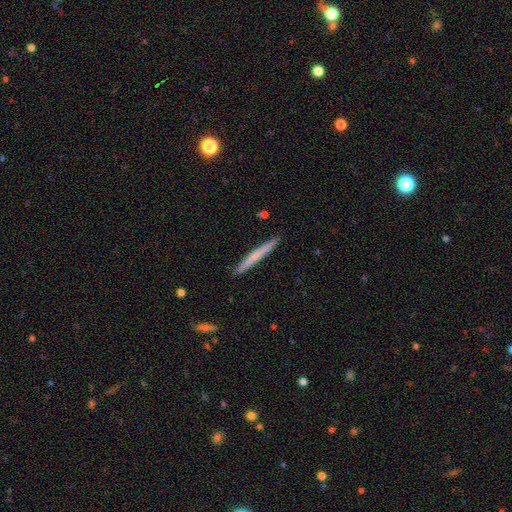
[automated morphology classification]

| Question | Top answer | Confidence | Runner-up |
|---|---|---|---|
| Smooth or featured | smooth | 53% | featured or disk (42%) |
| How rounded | cigar-shaped | 97% | in between (2%) |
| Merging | none | 91% | minor disturbance (7%) |